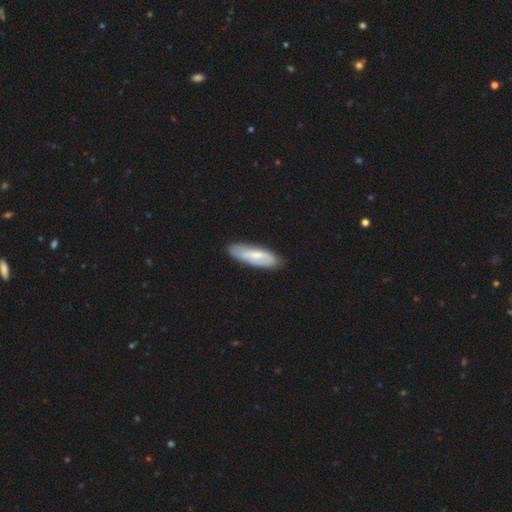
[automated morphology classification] Smooth or featured: smooth — 50% (featured or disk — 44%)
How rounded: in between — 52% (cigar-shaped — 46%)
Merging: none — 81% (minor disturbance — 15%)